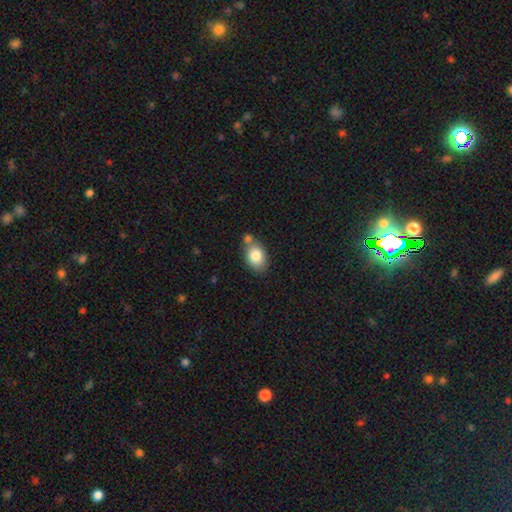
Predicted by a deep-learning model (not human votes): Smooth or featured? smooth (81%)
How rounded? in between (78%)
Merging? none (56%)